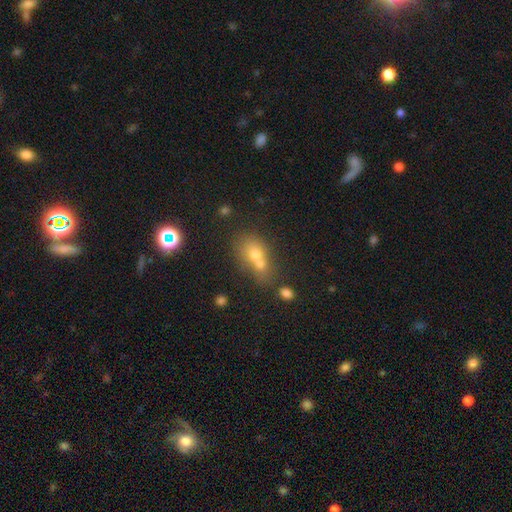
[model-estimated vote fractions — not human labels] A smooth galaxy with no disk features (61%) that is in between round and cigar-shaped (51%). Merging: merger (57%).